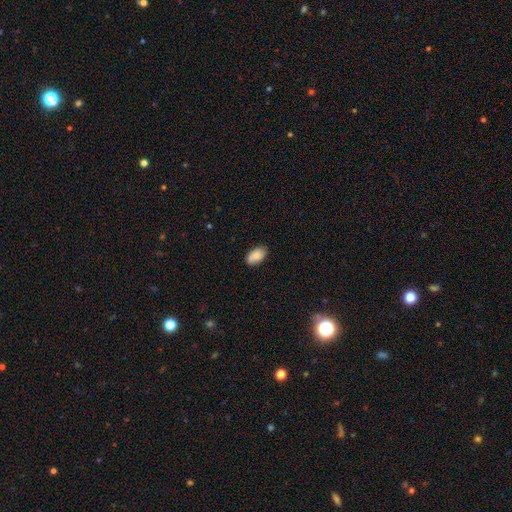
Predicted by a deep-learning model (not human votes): smooth 84%, featured or disk 9%, star or artifact 7%. Down the decision tree: how rounded — in between (94%); merging — none (81%).